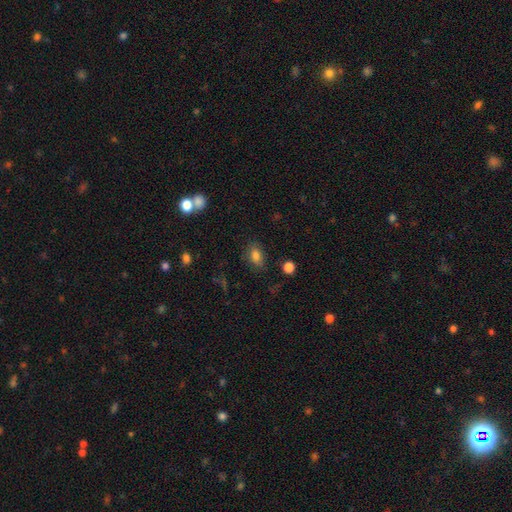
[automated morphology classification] Q: Smooth or featured?
A: smooth (82%); runner-up: star or artifact (11%)
Q: How rounded?
A: in between (83%); runner-up: round (15%)
Q: Merging?
A: none (79%); runner-up: minor disturbance (15%)